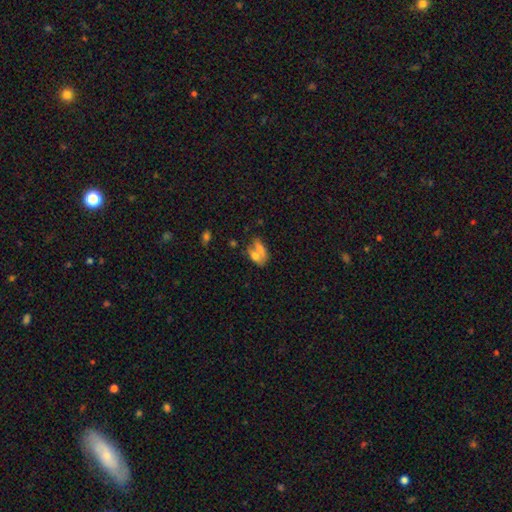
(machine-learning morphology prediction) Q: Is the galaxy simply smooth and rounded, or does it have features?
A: smooth — 63%.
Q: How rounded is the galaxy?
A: in between — 78%.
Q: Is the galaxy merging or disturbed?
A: merger — 50%.